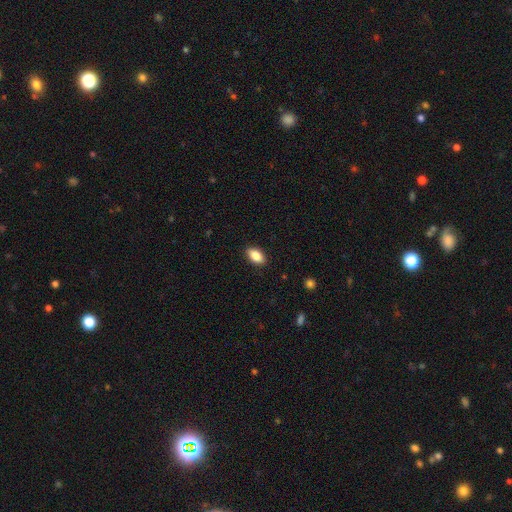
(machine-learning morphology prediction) smooth_or_featured: smooth (p=0.86) [alt: star or artifact p=0.07]
how_rounded: in between (p=0.92) [alt: round p=0.05]
merging: none (p=0.89) [alt: minor disturbance p=0.08]